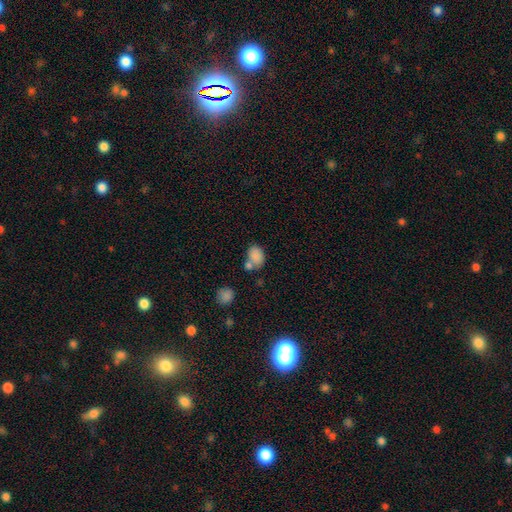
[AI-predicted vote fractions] This is clearly a smooth galaxy (83%). How rounded: likely in between (72%). Merging: marginally none (43%).